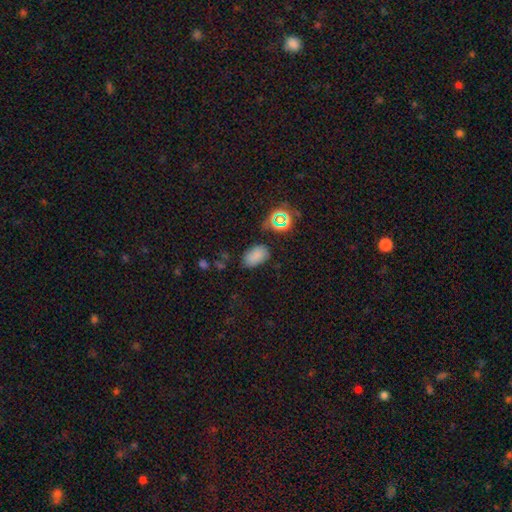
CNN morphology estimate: This appears to be a smooth galaxy with no disk features (74%) that is in between round and cigar-shaped (90%). Merging: none (74%).